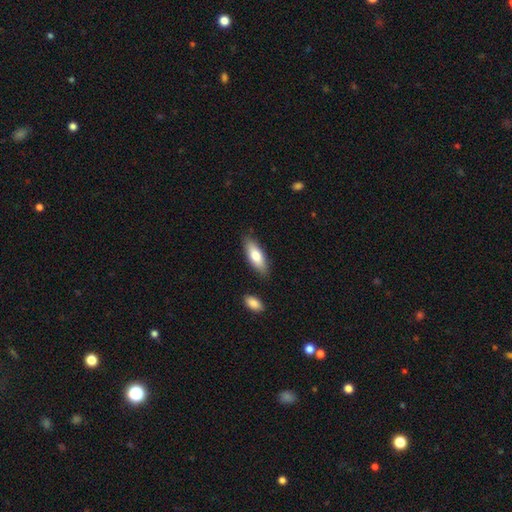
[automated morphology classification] The model was most divided on "how rounded": in between: 64%, cigar-shaped: 33%, round: 2%. More confident: merging — none (84%); smooth or featured — smooth (74%).